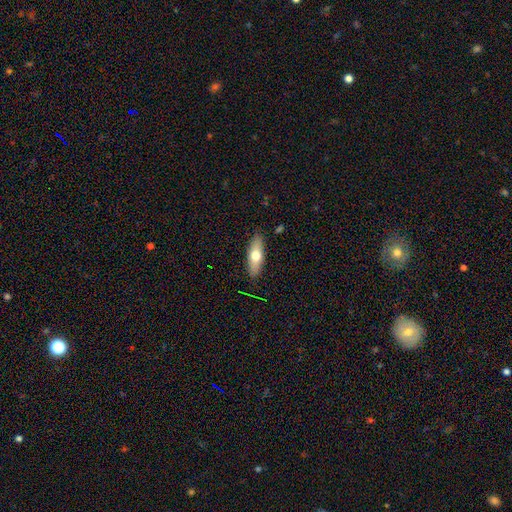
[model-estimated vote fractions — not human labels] Smooth or featured?
  - smooth: 62% *
  - featured or disk: 32%
  - star or artifact: 6%
How rounded?
  - in between: 60% *
  - cigar-shaped: 38%
  - round: 3%
Merging?
  - none: 87% *
  - minor disturbance: 9%
  - major disturbance: 2%
  - merger: 1%